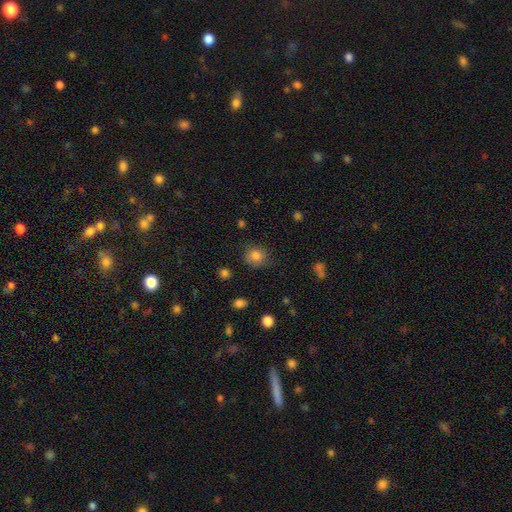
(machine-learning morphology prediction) Q: Smooth or featured?
A: smooth (83%); runner-up: star or artifact (11%)
Q: How rounded?
A: round (81%); runner-up: in between (18%)
Q: Merging?
A: none (79%); runner-up: minor disturbance (15%)